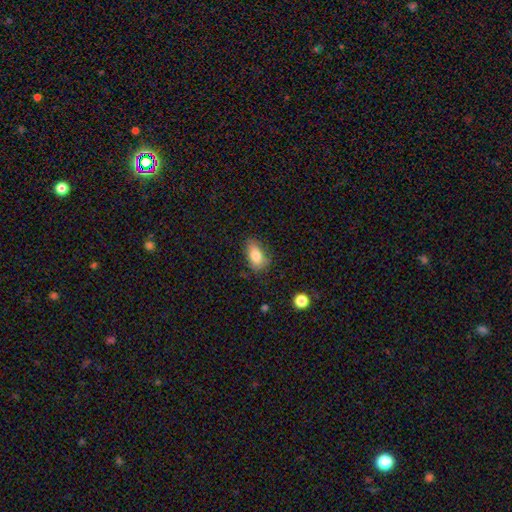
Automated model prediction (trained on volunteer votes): Smooth or featured? smooth (81%)
How rounded? in between (89%)
Merging? none (69%)